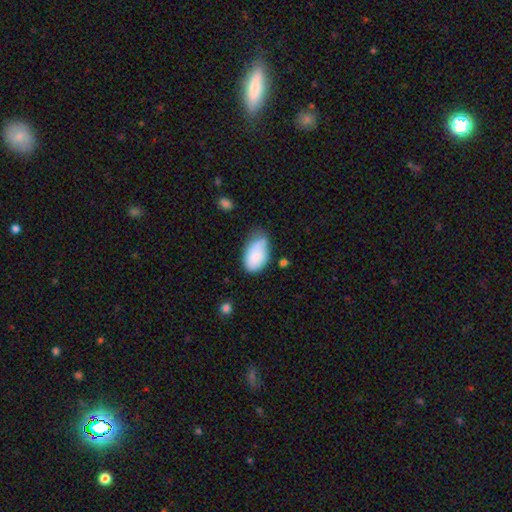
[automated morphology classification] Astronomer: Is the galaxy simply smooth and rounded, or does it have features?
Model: smooth — 82%.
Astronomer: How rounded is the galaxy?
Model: in between — 93%.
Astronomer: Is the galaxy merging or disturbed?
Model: minor disturbance — 42% (runner-up: none, 40%).